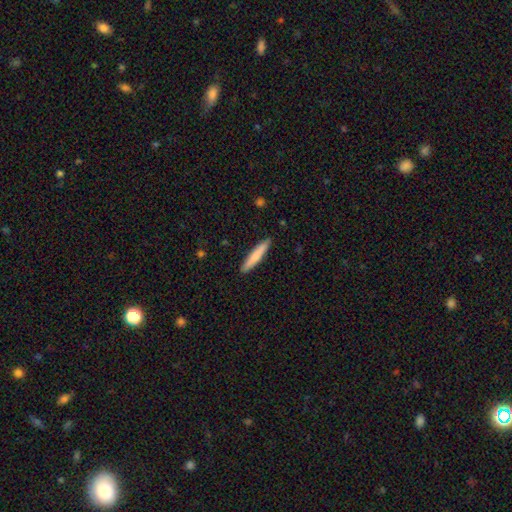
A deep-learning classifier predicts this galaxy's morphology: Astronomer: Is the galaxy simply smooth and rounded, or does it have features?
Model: smooth — 74%.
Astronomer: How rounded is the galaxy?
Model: cigar-shaped — 93%.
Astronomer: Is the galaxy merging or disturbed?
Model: none — 91%.